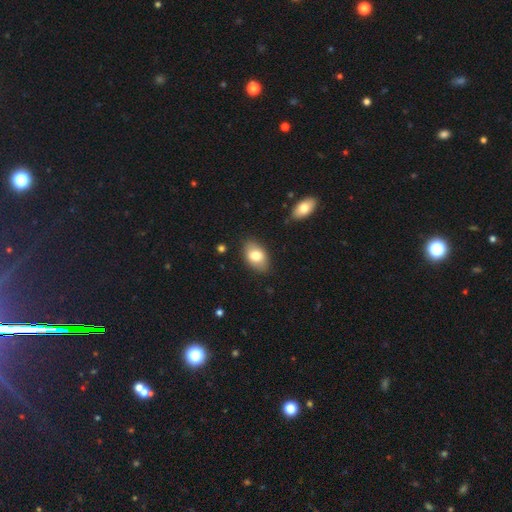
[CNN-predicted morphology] Smooth or featured: smooth — 78% (featured or disk — 15%)
How rounded: in between — 88% (round — 10%)
Merging: none — 83% (minor disturbance — 13%)